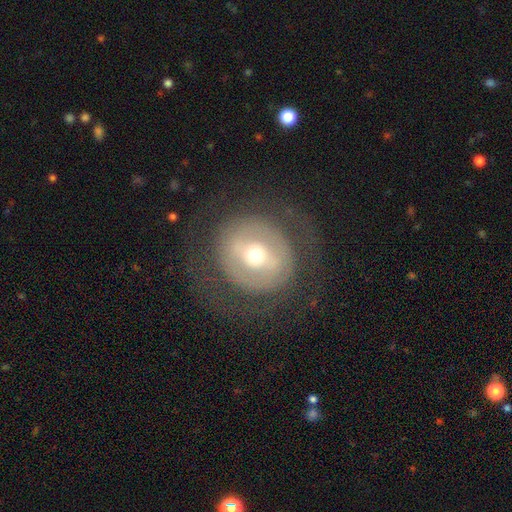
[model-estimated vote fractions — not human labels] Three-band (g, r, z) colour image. It shows a featured or disk galaxy (59%) with no bar (40%), no spiral arms (76%) and a moderate central bulge (55%). Merging: none (76%).